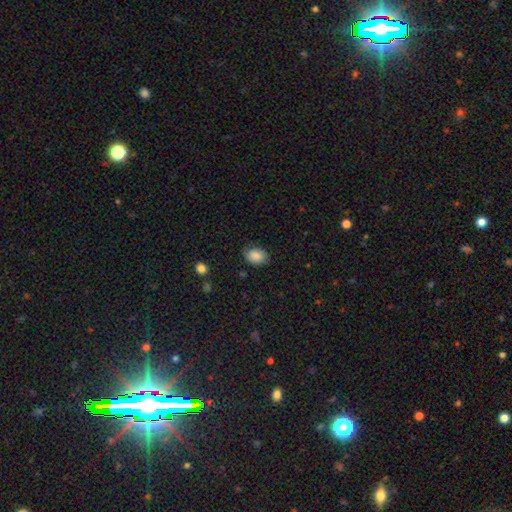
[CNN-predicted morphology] This is clearly a smooth galaxy (87%). How rounded: likely in between (78%). Merging: clearly none (81%).